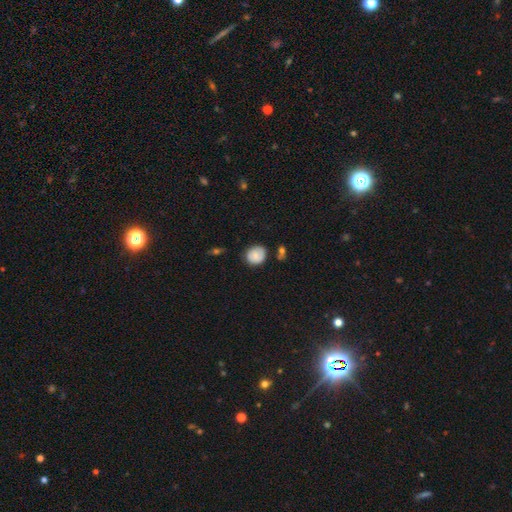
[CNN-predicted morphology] Overall: smooth (78%). How rounded: round (74%). Merging: none (71%).